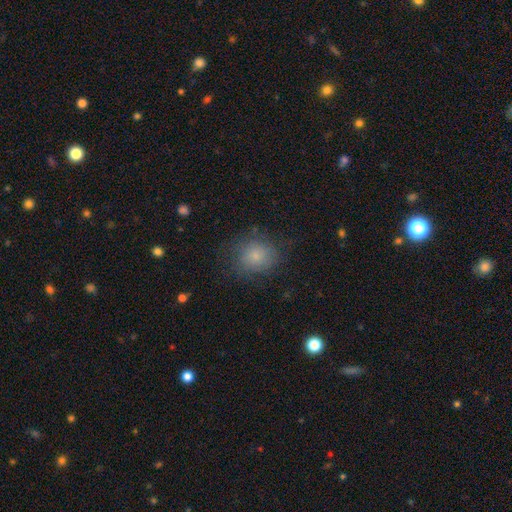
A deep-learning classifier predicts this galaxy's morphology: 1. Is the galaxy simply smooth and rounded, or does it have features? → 81% smooth, 11% star or artifact, 9% featured or disk.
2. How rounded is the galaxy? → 73% round, 26% in between, 1% cigar-shaped.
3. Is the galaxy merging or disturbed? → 74% none, 17% minor disturbance, 7% major disturbance, 1% merger.